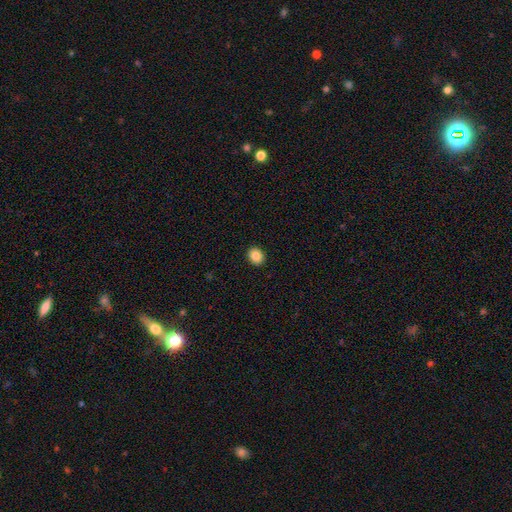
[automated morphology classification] Q: Smooth or featured?
A: smooth (86%); runner-up: star or artifact (9%)
Q: How rounded?
A: round (60%); runner-up: in between (39%)
Q: Merging?
A: none (92%); runner-up: minor disturbance (5%)